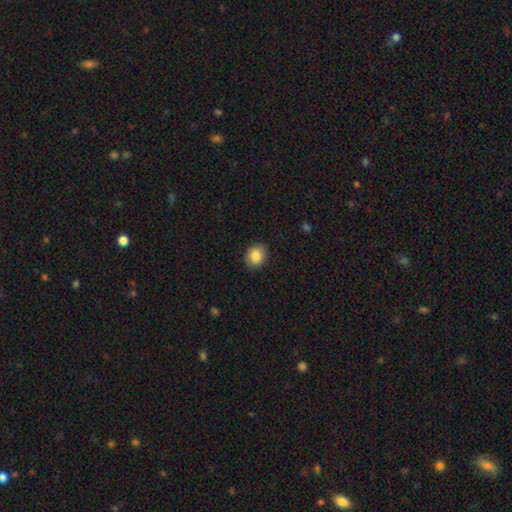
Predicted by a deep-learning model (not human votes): Q: Smooth or featured?
A: smooth (86%); runner-up: star or artifact (9%)
Q: How rounded?
A: round (68%); runner-up: in between (31%)
Q: Merging?
A: none (88%); runner-up: minor disturbance (9%)